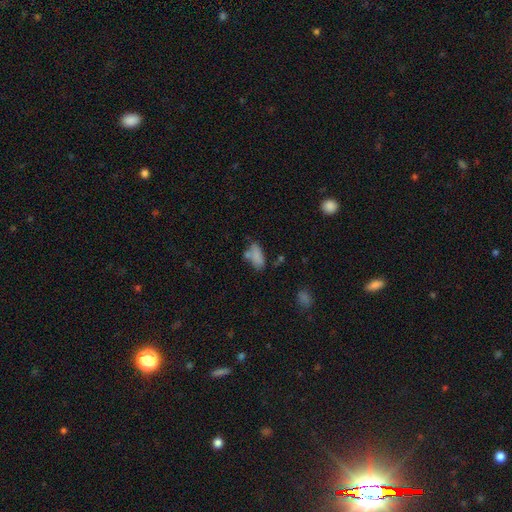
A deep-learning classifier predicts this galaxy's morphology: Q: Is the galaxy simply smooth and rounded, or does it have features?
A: smooth — 78%.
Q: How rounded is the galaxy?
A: in between — 87%.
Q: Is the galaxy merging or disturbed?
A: none — 47%.